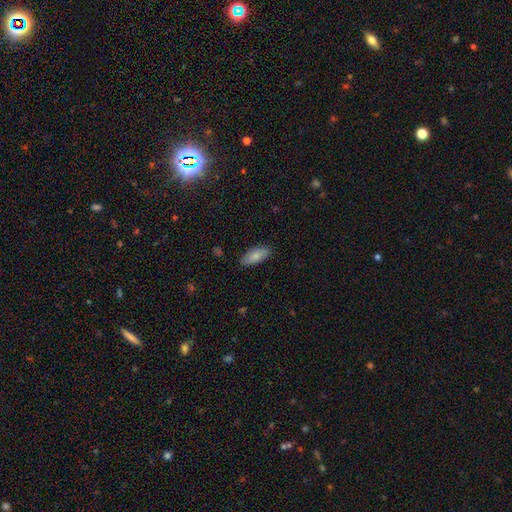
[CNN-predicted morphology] A smooth galaxy with no disk features (81%) that is in between round and cigar-shaped (86%).

Vote fractions:
- Smooth or featured? smooth: 81% / featured or disk: 13% / star or artifact: 6%
- How rounded? in between: 86% / cigar-shaped: 12% / round: 2%
- Merging? none: 85% / minor disturbance: 12% / major disturbance: 2% / merger: 1%